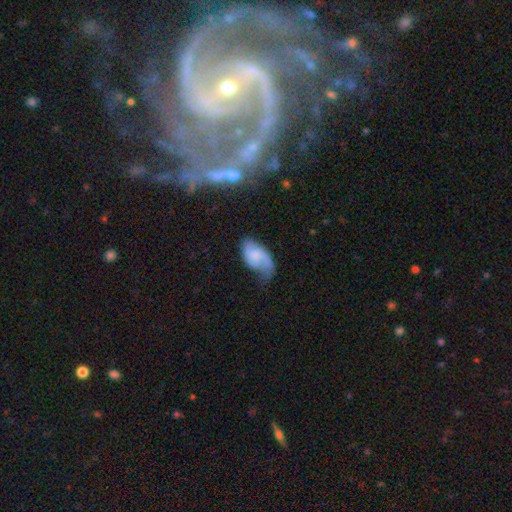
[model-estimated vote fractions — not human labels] Smooth or featured? smooth (47%)
Merging? minor disturbance (37%)